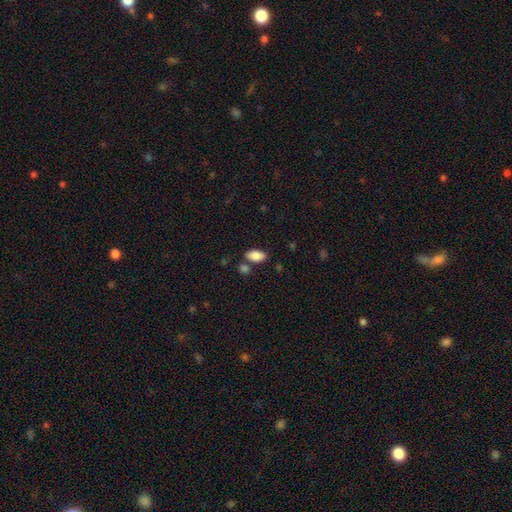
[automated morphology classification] smooth_or_featured: smooth (p=0.86) [alt: star or artifact p=0.07]
how_rounded: in between (p=0.93) [alt: cigar-shaped p=0.03]
merging: none (p=0.73) [alt: minor disturbance p=0.13]